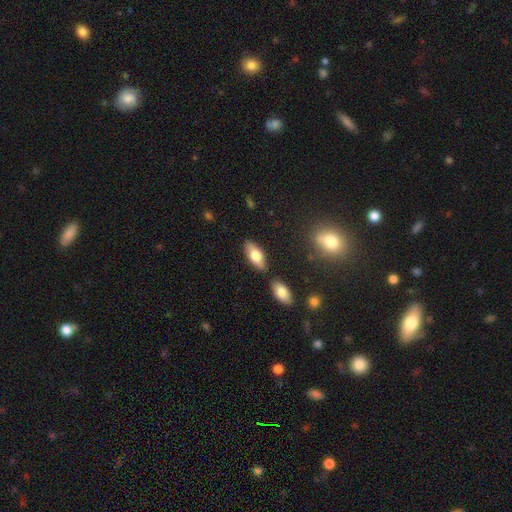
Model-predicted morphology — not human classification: smooth_or_featured: smooth (p=0.71) [alt: featured or disk p=0.22]
how_rounded: in between (p=0.81) [alt: cigar-shaped p=0.16]
merging: none (p=0.78) [alt: minor disturbance p=0.12]